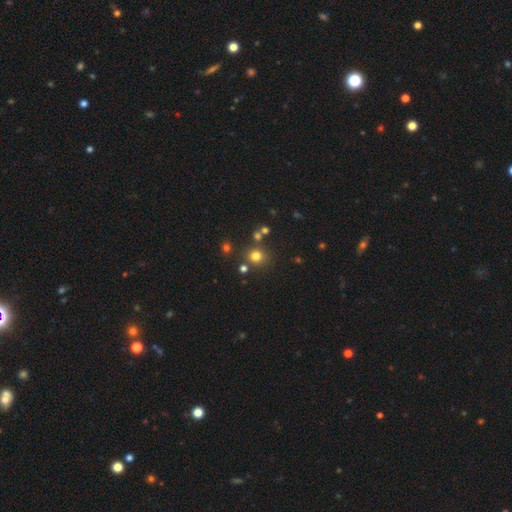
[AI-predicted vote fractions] Overall: smooth (75%). How rounded: round (89%). Merging: none (78%).